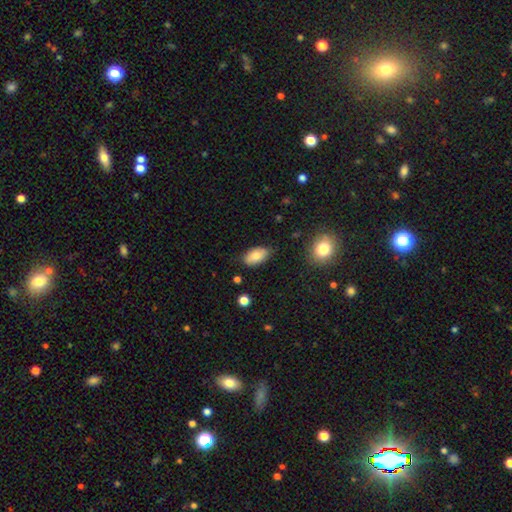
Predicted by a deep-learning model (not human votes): Morphology: type=smooth (81%); roundness=in between (93%); merging=none (79%).